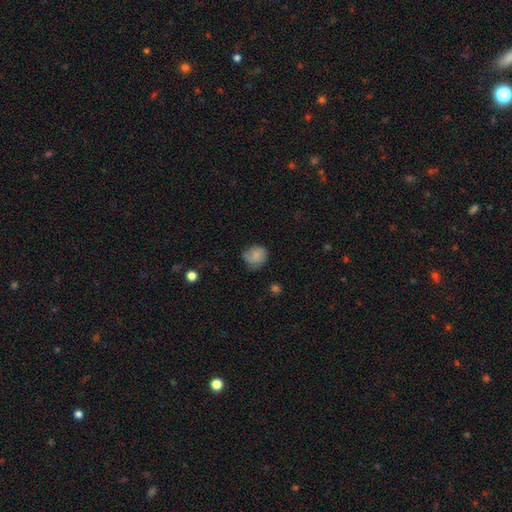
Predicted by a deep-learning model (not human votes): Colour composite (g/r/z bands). It shows a smooth galaxy with no disk features (70%) that is round (75%). Merging: none (58%).